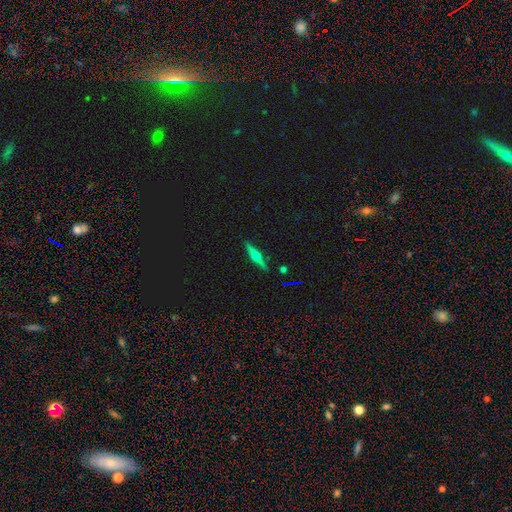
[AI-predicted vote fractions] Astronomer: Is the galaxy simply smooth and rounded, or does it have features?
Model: featured or disk — 71%.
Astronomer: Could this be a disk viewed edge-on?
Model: yes — 98%.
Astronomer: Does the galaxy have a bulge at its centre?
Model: rounded — 89%.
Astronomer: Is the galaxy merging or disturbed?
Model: none — 90%.